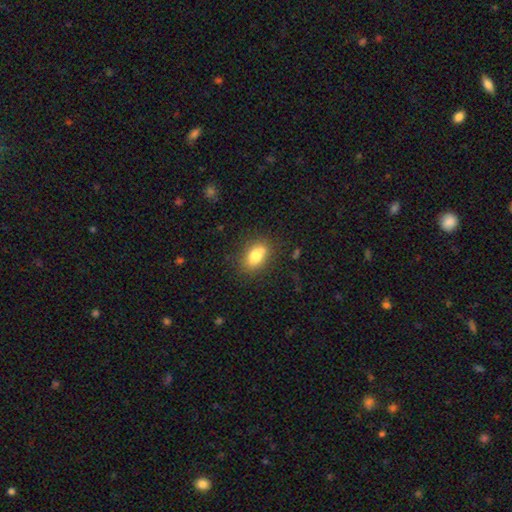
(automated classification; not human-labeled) Q: Smooth or featured?
A: smooth (77%); runner-up: featured or disk (14%)
Q: How rounded?
A: in between (79%); runner-up: round (18%)
Q: Merging?
A: none (72%); runner-up: minor disturbance (16%)